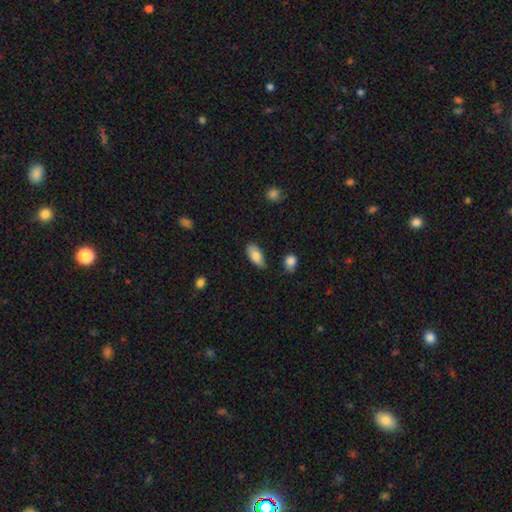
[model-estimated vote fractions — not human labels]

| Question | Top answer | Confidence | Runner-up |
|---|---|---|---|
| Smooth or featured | smooth | 81% | featured or disk (13%) |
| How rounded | in between | 89% | cigar-shaped (8%) |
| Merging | none | 76% | minor disturbance (19%) |